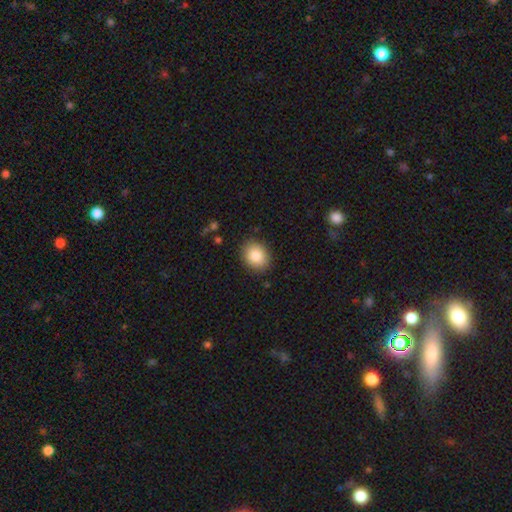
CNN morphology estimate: This is clearly a smooth galaxy (86%). How rounded: possibly round (56%). Merging: clearly none (88%).